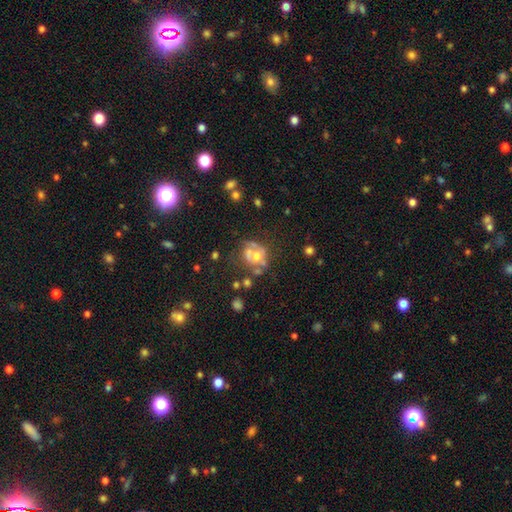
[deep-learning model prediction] smooth-or-featured: featured or disk: 46% | smooth: 37% | star or artifact: 17%
  merging: none: 45% | minor disturbance: 21% | merger: 17% | major disturbance: 17%